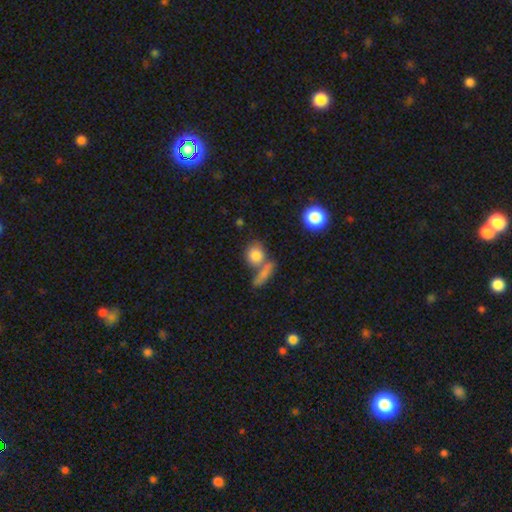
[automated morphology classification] This appears to be a smooth galaxy with no disk features (79%) that is round (66%). Merging: none (46%).